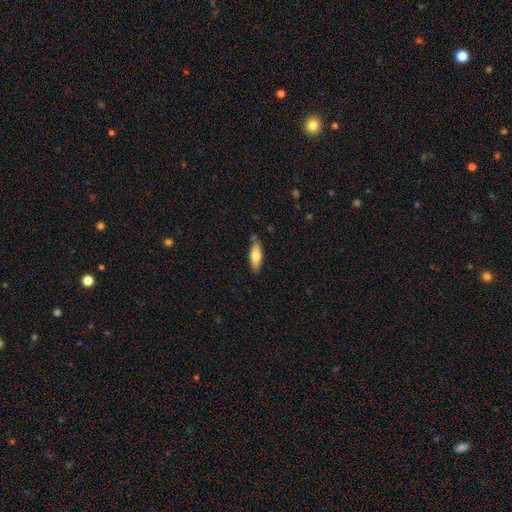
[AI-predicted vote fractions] smooth-or-featured: smooth: 71% | featured or disk: 23% | star or artifact: 6%
  how-rounded: in between: 67% | cigar-shaped: 31% | round: 2%
  merging: none: 80% | minor disturbance: 15% | merger: 3% | major disturbance: 2%